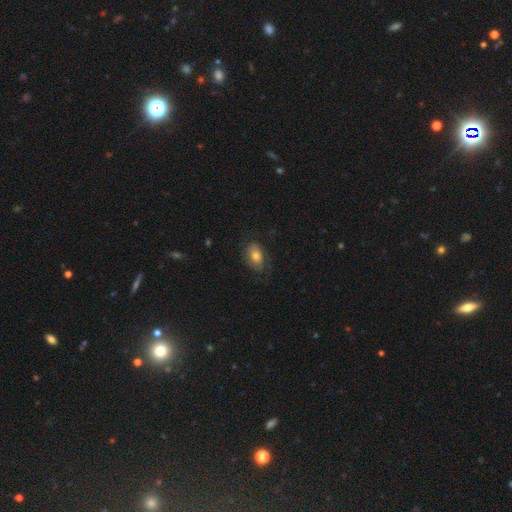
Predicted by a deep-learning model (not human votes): This is likely a smooth galaxy (67%). How rounded: clearly in between (86%). Merging: likely none (71%).